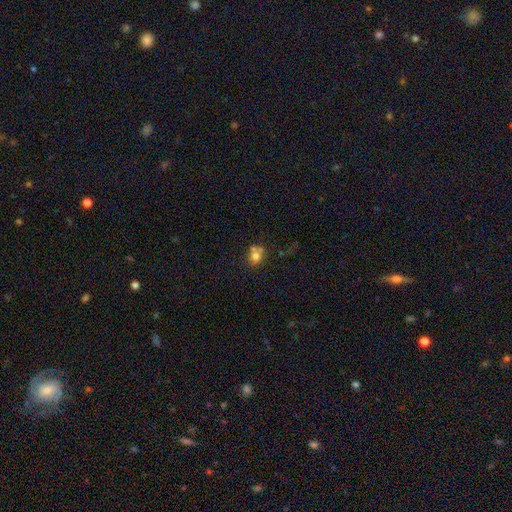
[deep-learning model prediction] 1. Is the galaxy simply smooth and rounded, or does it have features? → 67% smooth, 18% featured or disk, 15% star or artifact.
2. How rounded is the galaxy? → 76% round, 23% in between, 1% cigar-shaped.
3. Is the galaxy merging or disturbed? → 44% none, 42% merger, 9% minor disturbance, 5% major disturbance.